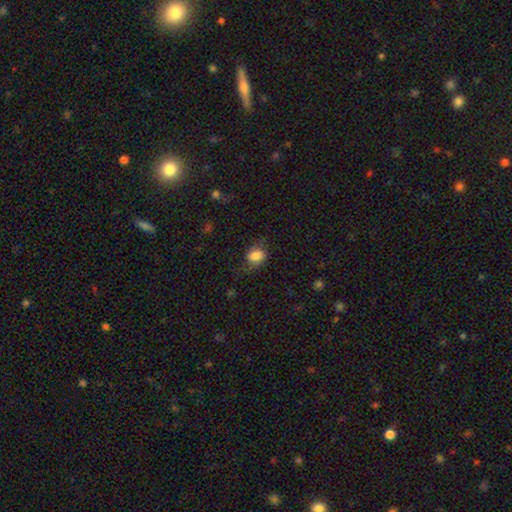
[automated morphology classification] Smooth or featured?
  - smooth: 80% *
  - featured or disk: 12%
  - star or artifact: 8%
How rounded?
  - in between: 63% *
  - round: 36%
  - cigar-shaped: 1%
Merging?
  - none: 61% *
  - minor disturbance: 25%
  - major disturbance: 13%
  - merger: 1%